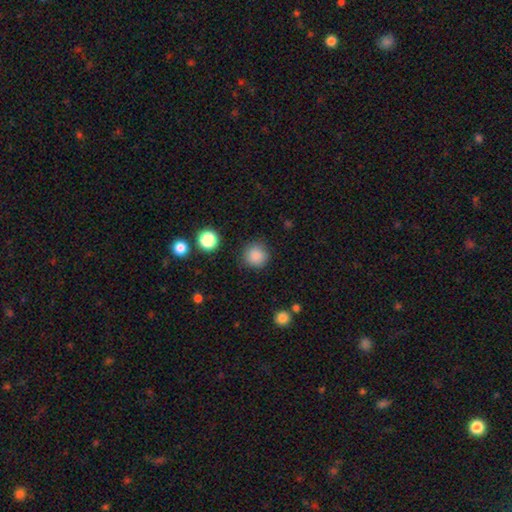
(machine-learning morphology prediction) type=smooth (86%); roundness=round (94%); merging=none (87%).